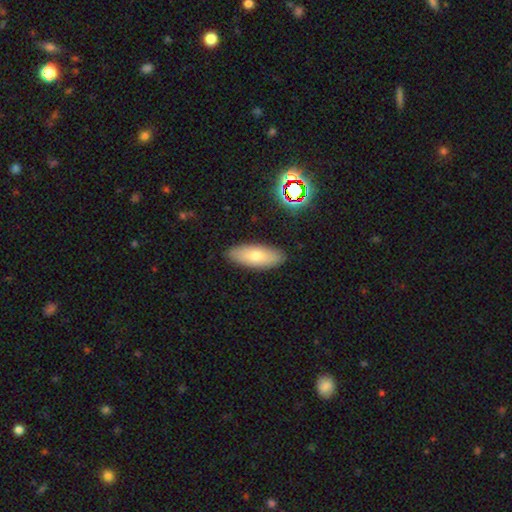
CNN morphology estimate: Q: Smooth or featured?
A: smooth (72%); runner-up: featured or disk (20%)
Q: How rounded?
A: in between (72%); runner-up: cigar-shaped (25%)
Q: Merging?
A: none (88%); runner-up: minor disturbance (9%)